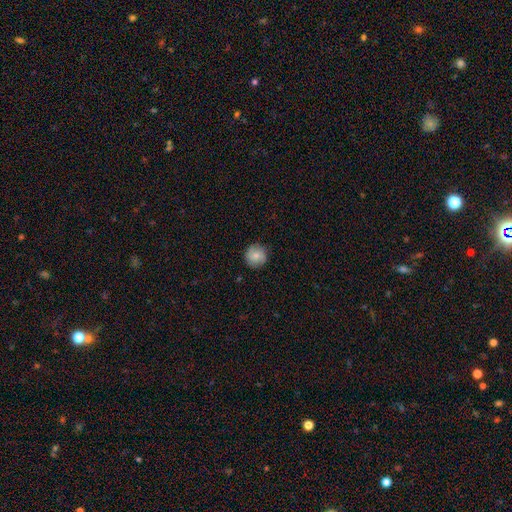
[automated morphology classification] The model was most divided on "smooth or featured": smooth: 76%, featured or disk: 16%, star or artifact: 8%. More confident: how rounded — round (94%); merging — none (85%).